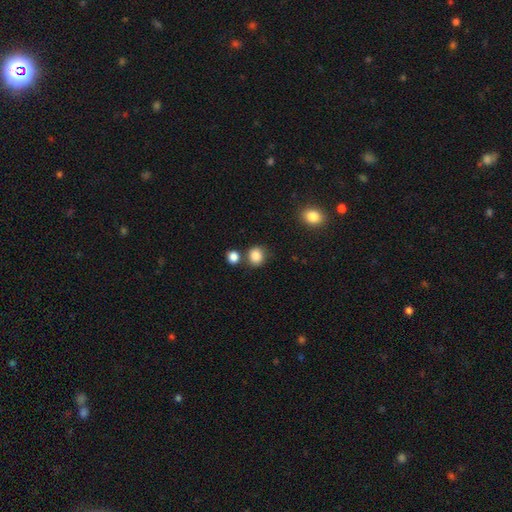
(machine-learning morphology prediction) A smooth galaxy with no disk features (86%) that is round (76%). Merging: none (70%).